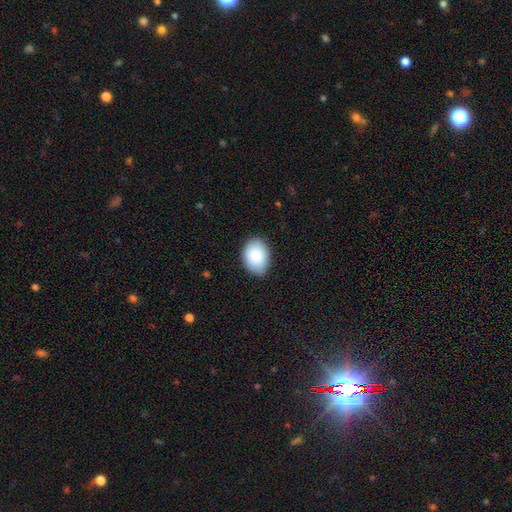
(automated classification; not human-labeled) Overall: smooth (87%). How rounded: in between (78%). Merging: none (85%).